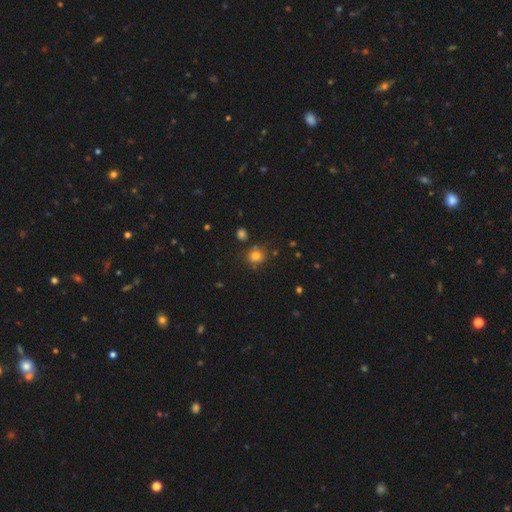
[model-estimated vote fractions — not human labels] Smooth or featured? Predicted: smooth (p=0.74). How rounded? Predicted: round (p=0.81). Merging? Predicted: none (p=0.69).